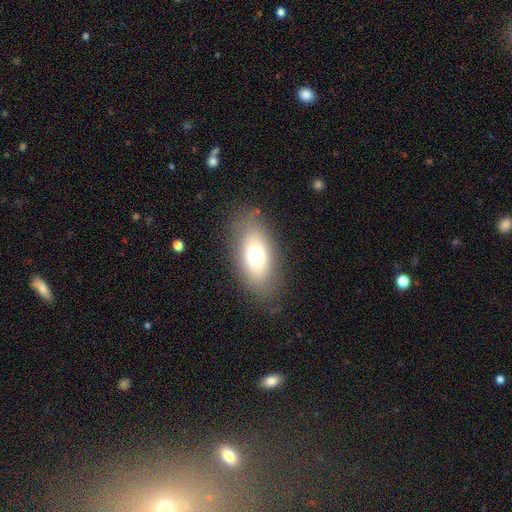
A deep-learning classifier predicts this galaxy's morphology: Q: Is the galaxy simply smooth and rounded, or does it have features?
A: smooth — 69%.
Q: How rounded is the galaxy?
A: in between — 87%.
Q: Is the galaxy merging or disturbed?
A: none — 81%.